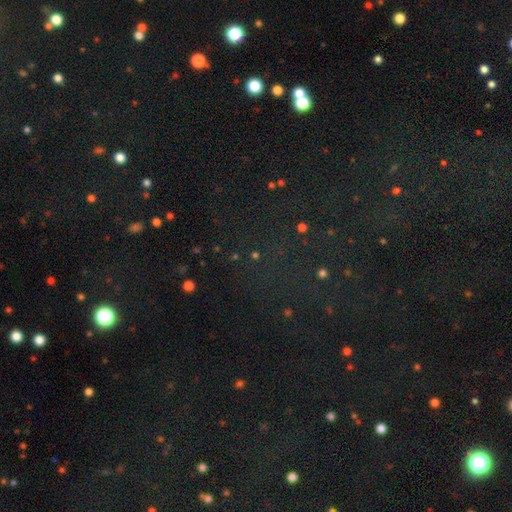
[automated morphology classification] type=star or artifact (71%).